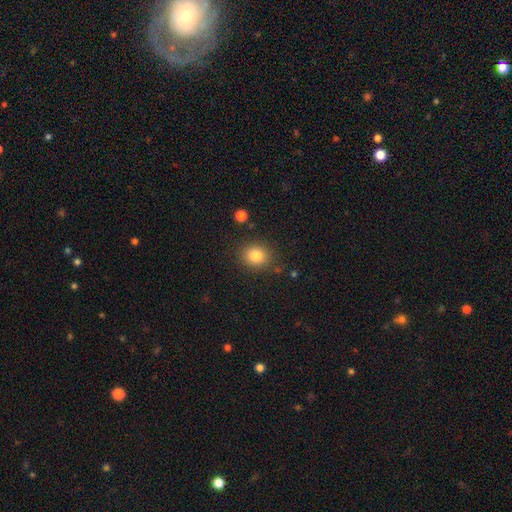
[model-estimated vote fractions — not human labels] Smooth or featured: smooth — 82% (star or artifact — 11%)
How rounded: round — 70% (in between — 29%)
Merging: none — 84% (minor disturbance — 10%)